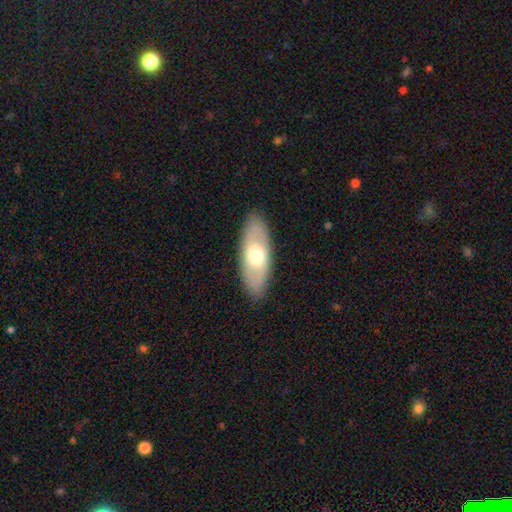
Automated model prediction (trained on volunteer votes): Smooth or featured?
  - smooth: 51% *
  - featured or disk: 44%
  - star or artifact: 5%
How rounded?
  - in between: 77% *
  - cigar-shaped: 20%
  - round: 3%
Merging?
  - none: 88% *
  - minor disturbance: 9%
  - major disturbance: 2%
  - merger: 1%